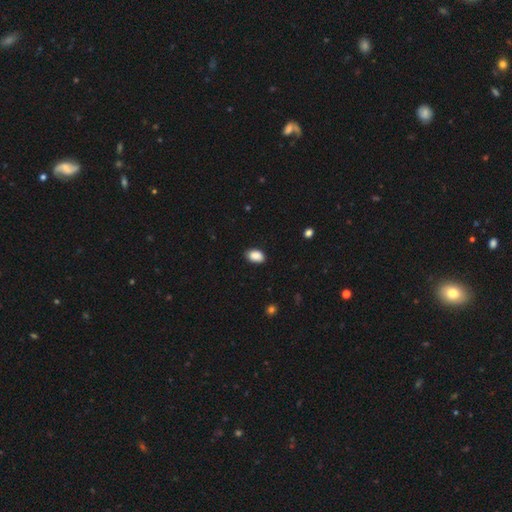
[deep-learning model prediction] Morphology: type=smooth (89%); roundness=in between (90%); merging=none (84%).